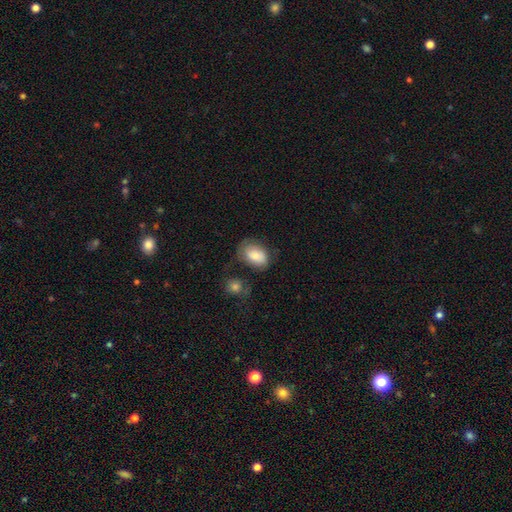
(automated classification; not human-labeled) smooth 75%, featured or disk 18%, star or artifact 7%. Down the decision tree: how rounded — in between (84%); merging — none (52%).